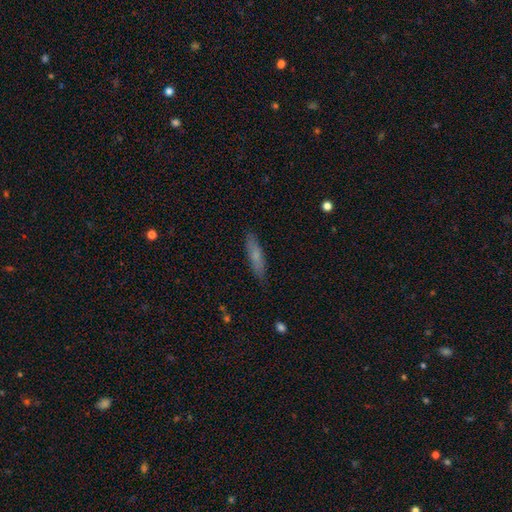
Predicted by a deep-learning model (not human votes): smooth 70%, featured or disk 24%, star or artifact 7%. Down the decision tree: how rounded — cigar-shaped (78%); merging — none (86%).